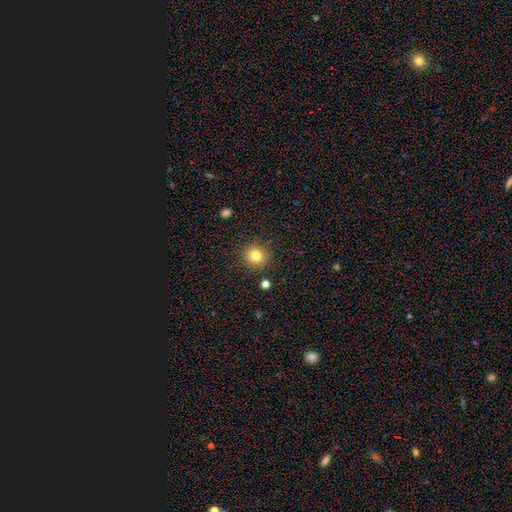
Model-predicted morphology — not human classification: Smooth or featured: smooth — 81% (star or artifact — 12%)
How rounded: round — 90% (in between — 9%)
Merging: none — 89% (minor disturbance — 7%)